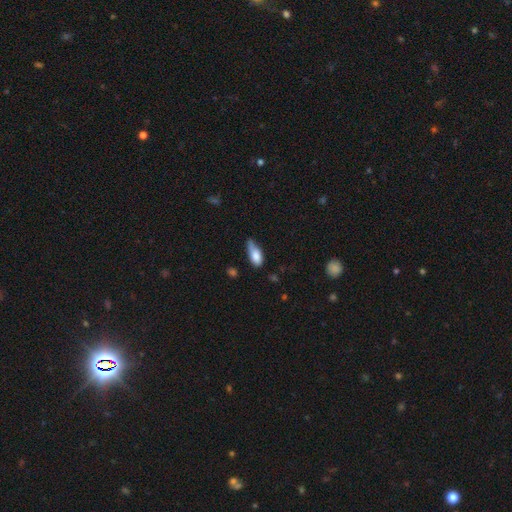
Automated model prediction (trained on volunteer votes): Q: Smooth or featured?
A: smooth (79%); runner-up: featured or disk (14%)
Q: How rounded?
A: in between (82%); runner-up: cigar-shaped (15%)
Q: Merging?
A: minor disturbance (47%); runner-up: none (33%)